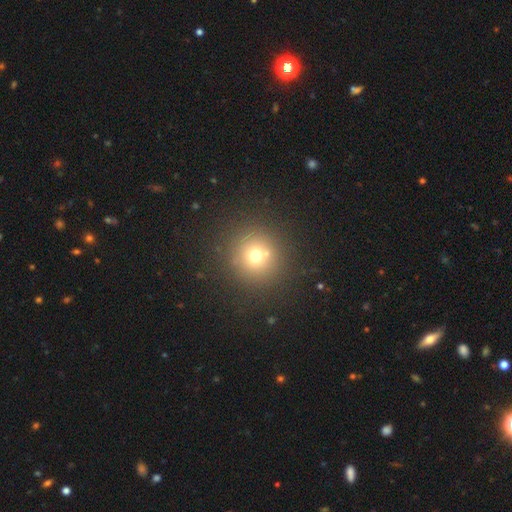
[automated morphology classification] Smooth or featured? smooth (68%)
How rounded? round (93%)
Merging? none (78%)